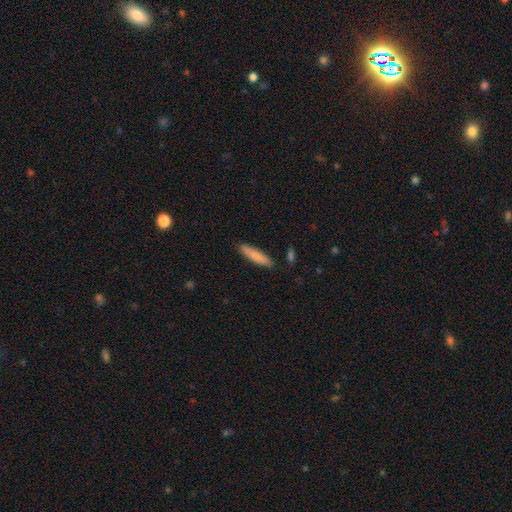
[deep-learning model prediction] Overall: smooth (82%). How rounded: cigar-shaped (83%). Merging: none (87%).